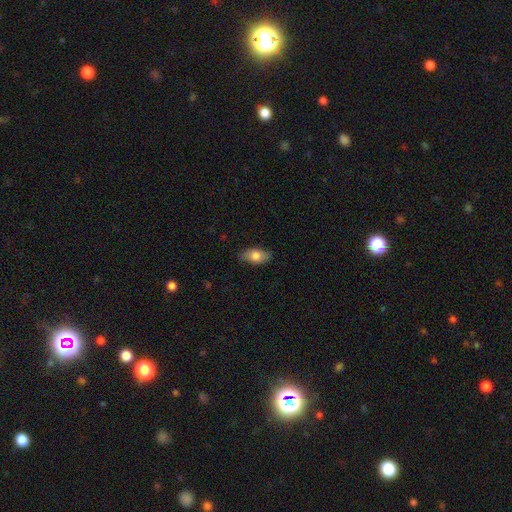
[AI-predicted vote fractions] Smooth or featured? Predicted: smooth (p=0.76). How rounded? Predicted: in between (p=0.90). Merging? Predicted: none (p=0.83).